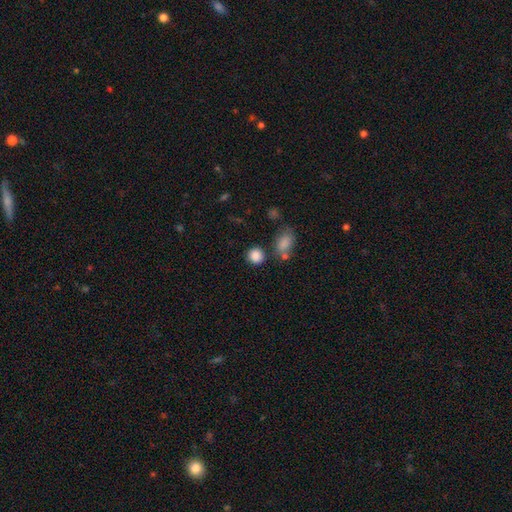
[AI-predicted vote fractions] Smooth or featured? smooth (86%)
How rounded? round (83%)
Merging? none (75%)